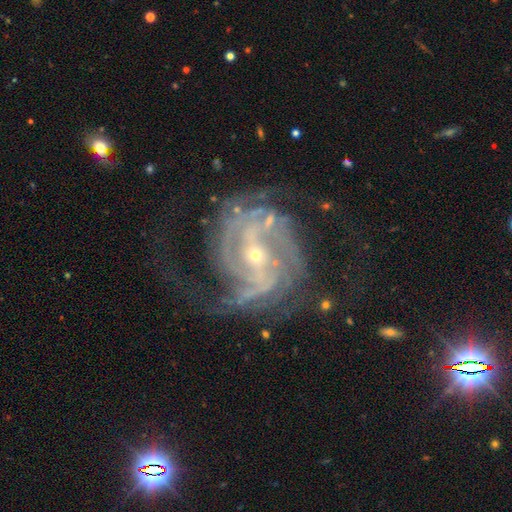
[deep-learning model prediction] A featured or disk galaxy (90%) with no bar (38%), 2 (29%) tight (48%) spiral arms (97%) and a small central bulge (81%). Merging: none (53%).